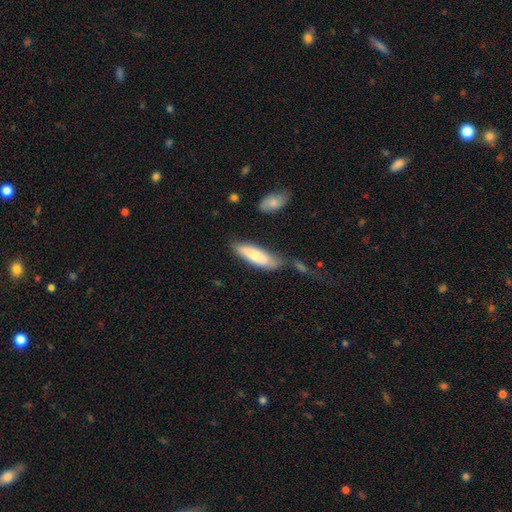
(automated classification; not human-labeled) Smooth or featured?
  - smooth: 75% *
  - featured or disk: 20%
  - star or artifact: 6%
How rounded?
  - cigar-shaped: 53% *
  - in between: 46%
  - round: 2%
Merging?
  - none: 60% *
  - minor disturbance: 23%
  - merger: 10%
  - major disturbance: 7%